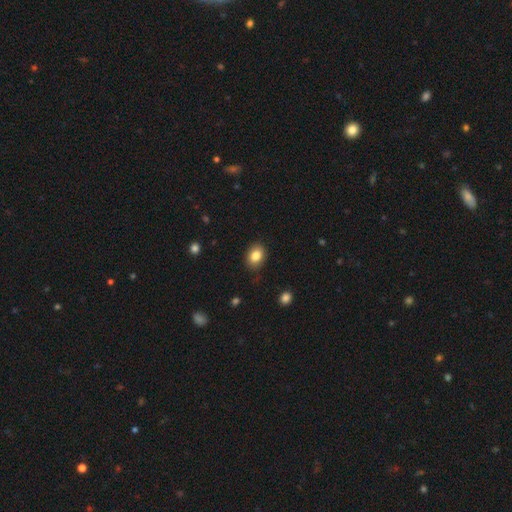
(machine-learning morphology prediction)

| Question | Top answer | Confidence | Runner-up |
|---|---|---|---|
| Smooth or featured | smooth | 84% | star or artifact (9%) |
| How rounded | in between | 73% | round (26%) |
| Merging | none | 83% | minor disturbance (13%) |